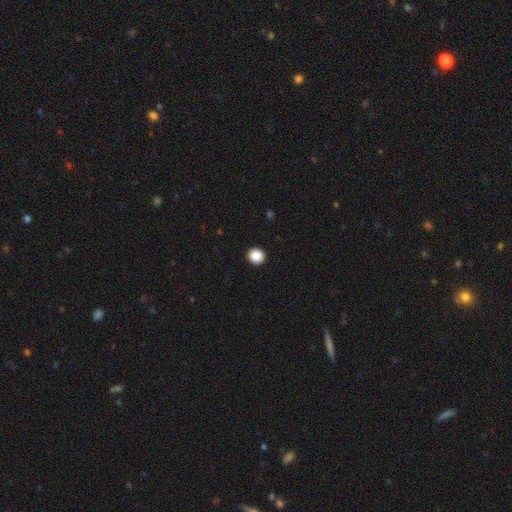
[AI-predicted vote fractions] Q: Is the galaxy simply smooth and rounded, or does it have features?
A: smooth — 88%.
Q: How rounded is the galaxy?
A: round — 89%.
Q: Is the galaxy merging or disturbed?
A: none — 93%.